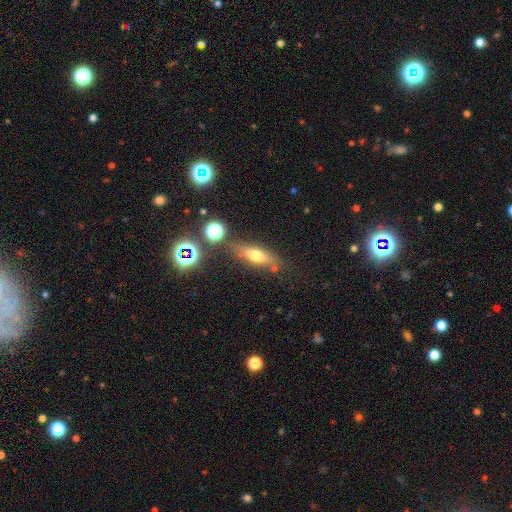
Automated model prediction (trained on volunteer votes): smooth 55%, featured or disk 31%, star or artifact 14%. Down the decision tree: how rounded — in between (52%); merging — none (67%).